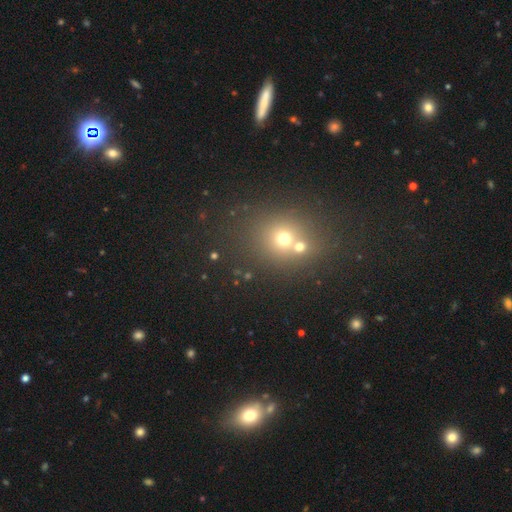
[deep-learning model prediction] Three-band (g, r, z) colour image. It shows a smooth galaxy with no disk features (50%) that is round (71%). Merging: none (58%).